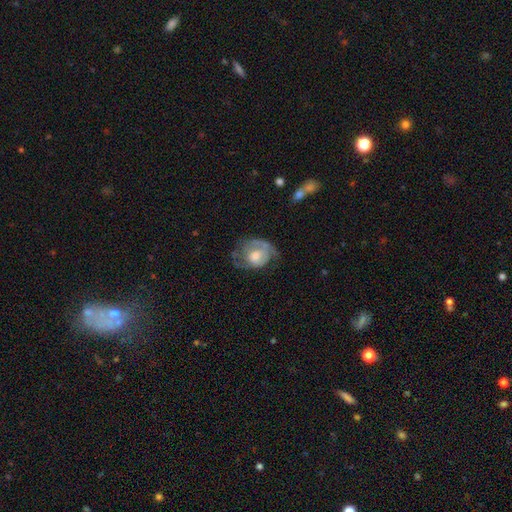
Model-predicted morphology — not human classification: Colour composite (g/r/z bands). It shows a featured or disk galaxy (61%) with no bar (74%), spiral arms (69%) and a moderate central bulge (57%). Merging: none (50%).